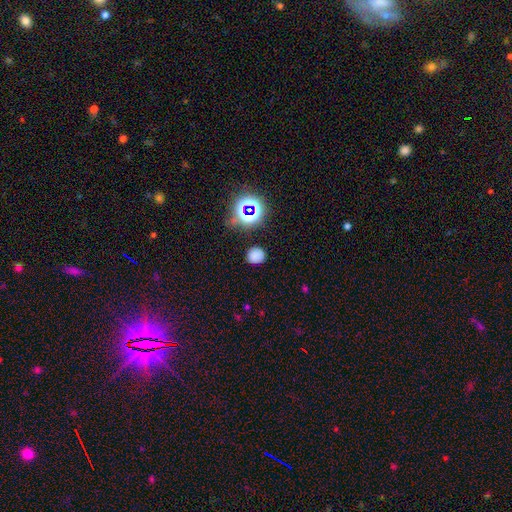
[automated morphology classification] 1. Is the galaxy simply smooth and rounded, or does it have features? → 73% smooth, 22% star or artifact, 5% featured or disk.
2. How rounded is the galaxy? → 80% round, 19% in between, 1% cigar-shaped.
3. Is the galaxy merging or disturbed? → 84% none, 10% minor disturbance, 4% major disturbance, 2% merger.